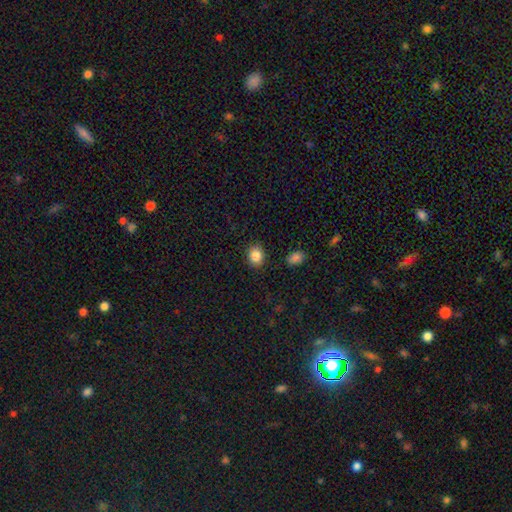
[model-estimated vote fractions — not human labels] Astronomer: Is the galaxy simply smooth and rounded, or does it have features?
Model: smooth — 85%.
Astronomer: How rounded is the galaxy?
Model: round — 63%.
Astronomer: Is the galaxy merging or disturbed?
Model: none — 88%.